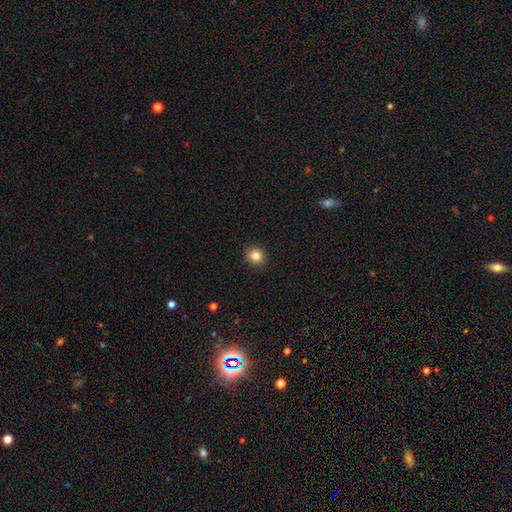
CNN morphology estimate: type=smooth (85%); roundness=round (84%); merging=none (92%).